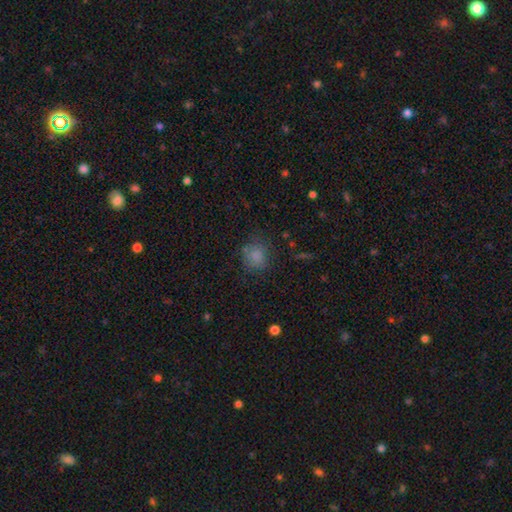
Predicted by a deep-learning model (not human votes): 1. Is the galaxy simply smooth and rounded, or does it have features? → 81% smooth, 13% star or artifact, 6% featured or disk.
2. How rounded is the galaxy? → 77% round, 22% in between, 1% cigar-shaped.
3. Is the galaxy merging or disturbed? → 76% none, 16% minor disturbance, 5% major disturbance, 3% merger.